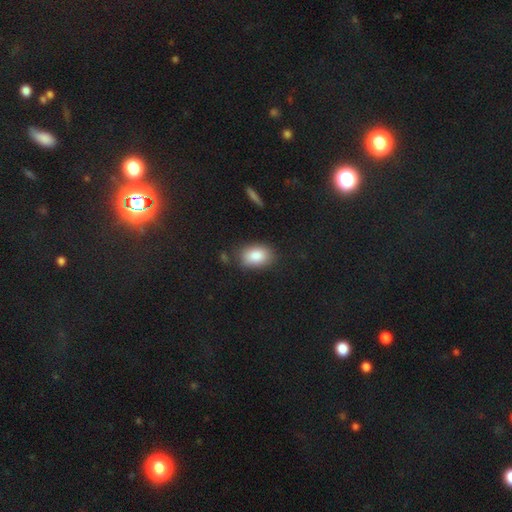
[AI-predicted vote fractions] Smooth or featured? smooth (86%)
How rounded? in between (86%)
Merging? none (80%)